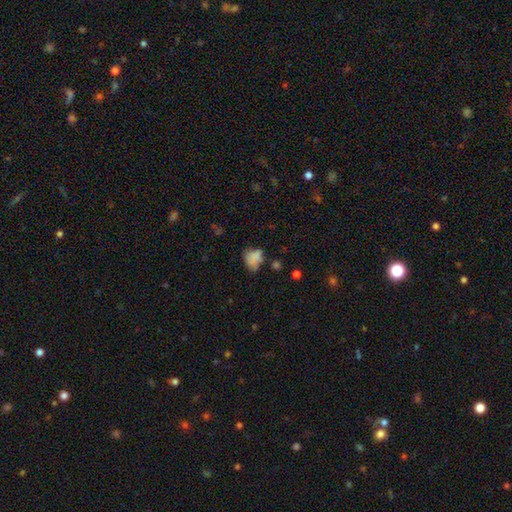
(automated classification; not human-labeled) A smooth galaxy with no disk features (68%) that is in between round and cigar-shaped (50%). Merging: none (52%).